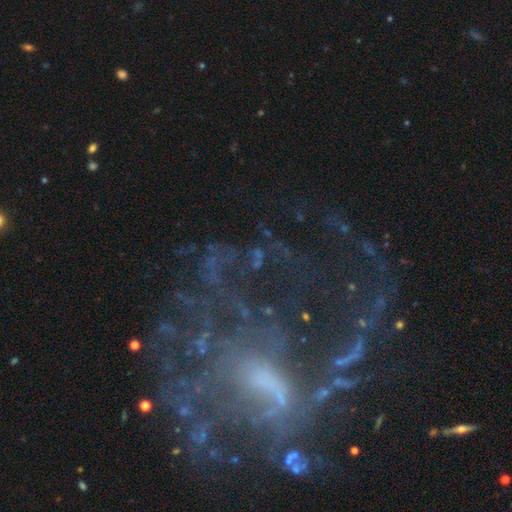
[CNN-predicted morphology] smooth-or-featured: featured or disk: 59% | star or artifact: 28% | smooth: 13%
  disk-edge-on: no: 93% | yes: 7%
    bar: no: 49% | weak: 30% | strong: 21%
    has-spiral-arms: yes: 76% | no: 24%
    bulge-size: small: 45% | moderate: 28% | none: 17% | large: 6% | dominant: 3%
  merging: none: 55% | major disturbance: 23% | minor disturbance: 15% | merger: 7%